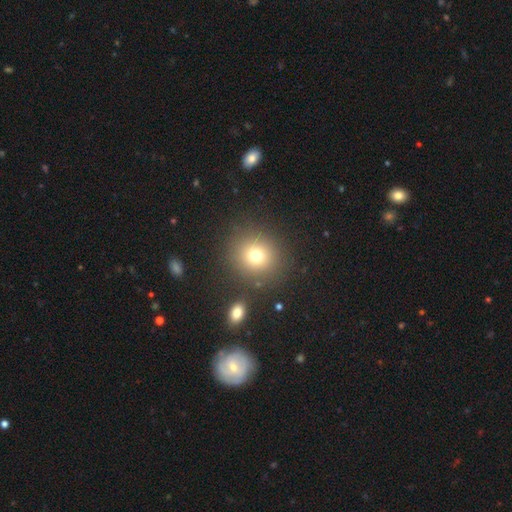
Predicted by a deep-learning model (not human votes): Smooth or featured? smooth (74%)
How rounded? round (90%)
Merging? none (84%)